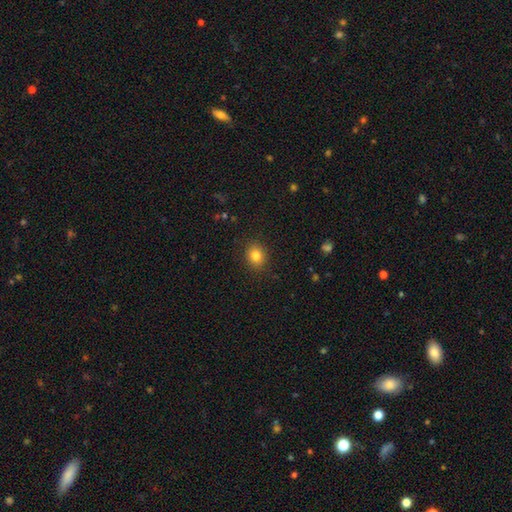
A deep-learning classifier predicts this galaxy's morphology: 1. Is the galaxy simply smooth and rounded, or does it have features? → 82% smooth, 11% star or artifact, 6% featured or disk.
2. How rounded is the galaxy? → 71% round, 28% in between, 1% cigar-shaped.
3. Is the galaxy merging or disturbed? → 89% none, 7% minor disturbance, 2% major disturbance, 1% merger.